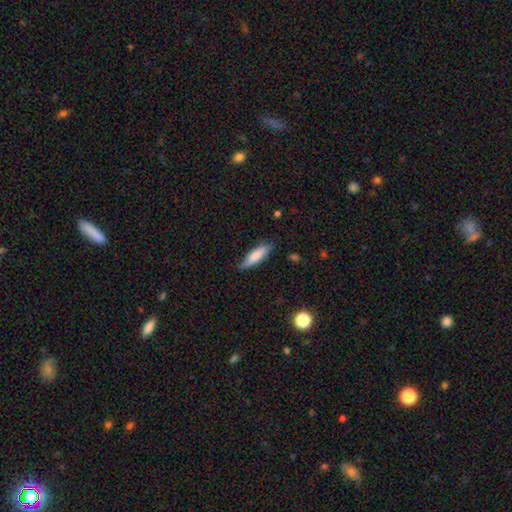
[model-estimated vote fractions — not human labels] Smooth or featured?
  - smooth: 81% *
  - featured or disk: 14%
  - star or artifact: 6%
How rounded?
  - cigar-shaped: 58% *
  - in between: 40%
  - round: 2%
Merging?
  - none: 79% *
  - minor disturbance: 17%
  - major disturbance: 3%
  - merger: 1%